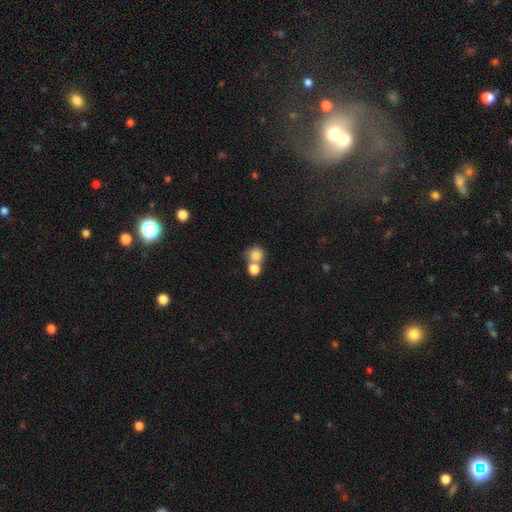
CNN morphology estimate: A smooth galaxy with no disk features (81%) that is round (84%).

Vote fractions:
- Smooth or featured? smooth: 81% / star or artifact: 10% / featured or disk: 9%
- How rounded? round: 84% / in between: 15% / cigar-shaped: 1%
- Merging? merger: 48% / none: 40% / minor disturbance: 8% / major disturbance: 4%